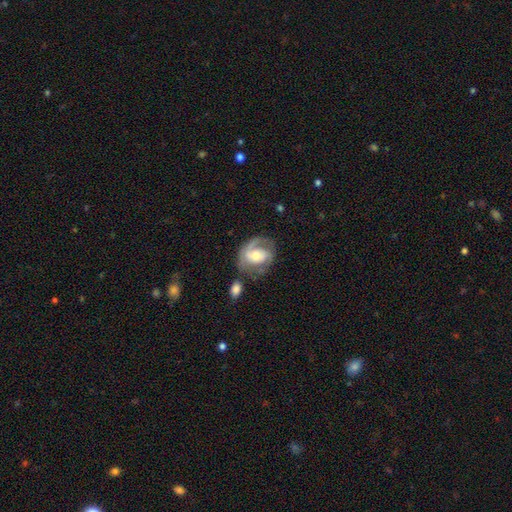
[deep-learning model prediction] Smooth or featured? Predicted: featured or disk (p=0.67). Edge-on disk? Predicted: no (p=0.97). Bar? Predicted: no (p=0.53). Spiral arms? Predicted: yes (p=0.83). Spiral winding? Predicted: tight (p=0.41). Spiral arm count? Predicted: 2 (p=0.45). Bulge size? Predicted: moderate (p=0.59). Merging? Predicted: none (p=0.53).